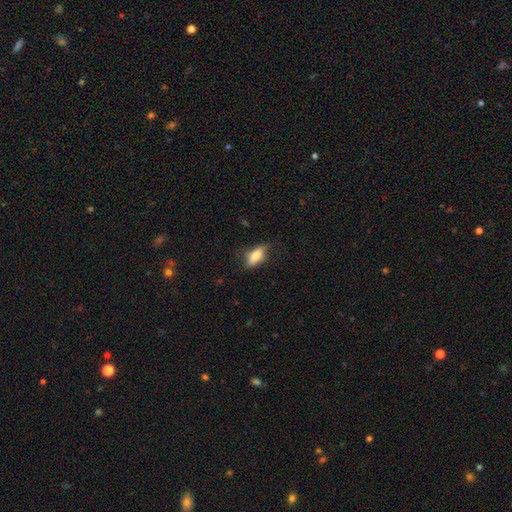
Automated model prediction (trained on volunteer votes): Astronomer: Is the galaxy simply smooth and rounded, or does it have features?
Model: smooth — 69%.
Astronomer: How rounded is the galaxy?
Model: in between — 72%.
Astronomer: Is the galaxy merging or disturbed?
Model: none — 70%.